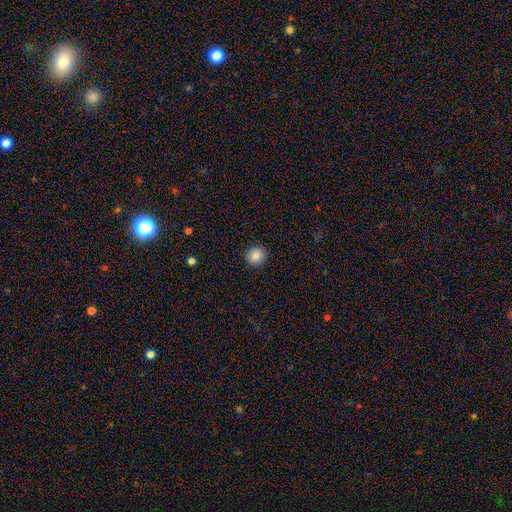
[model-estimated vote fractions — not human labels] smooth 86%, star or artifact 9%, featured or disk 4%. Down the decision tree: how rounded — round (91%); merging — none (91%).